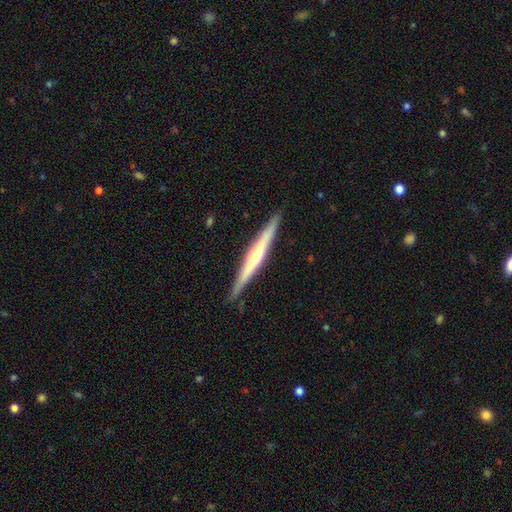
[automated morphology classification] Smooth or featured?
  - featured or disk: 74% *
  - smooth: 21%
  - star or artifact: 5%
Edge-on disk?
  - yes: 98% *
  - no: 2%
Edge-on bulge?
  - rounded: 75% *
  - none: 18%
  - boxy: 8%
Merging?
  - none: 91% *
  - minor disturbance: 7%
  - major disturbance: 1%
  - merger: 1%